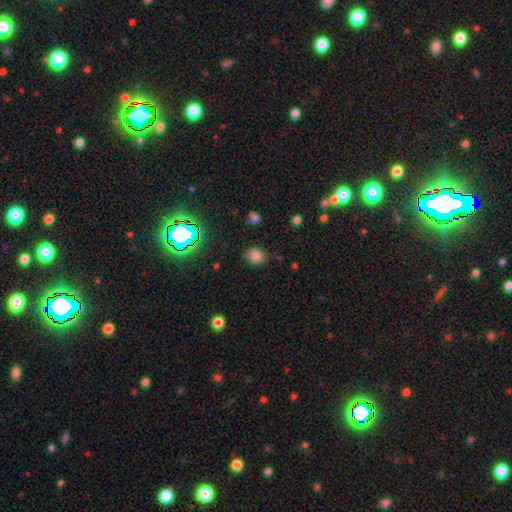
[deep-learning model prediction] smooth 77%, star or artifact 18%, featured or disk 6%. Down the decision tree: how rounded — round (77%); merging — none (84%).